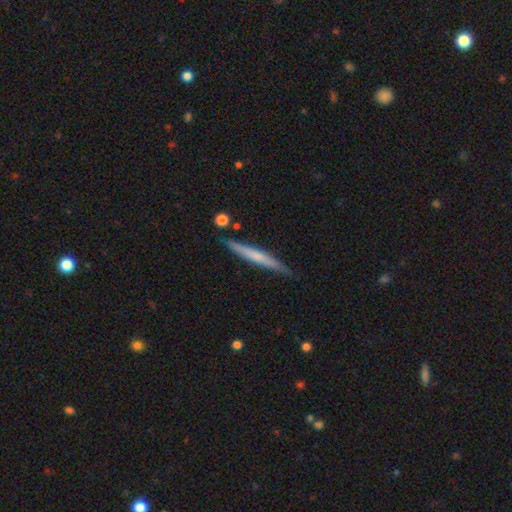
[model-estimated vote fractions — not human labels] Smooth or featured? Predicted: smooth (p=0.49). Merging? Predicted: none (p=0.86).